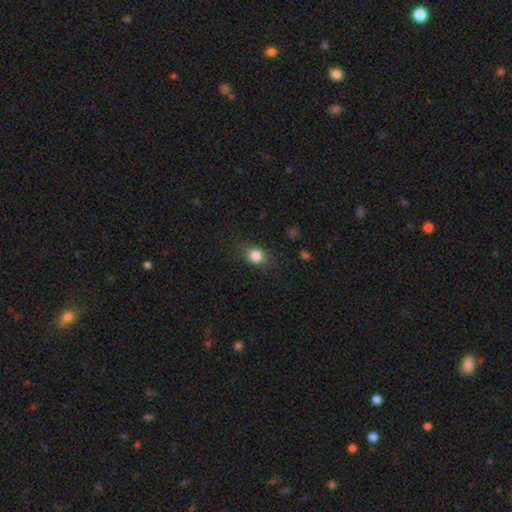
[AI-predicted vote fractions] This is clearly a smooth galaxy (81%). How rounded: likely round (61%). Merging: likely none (78%).